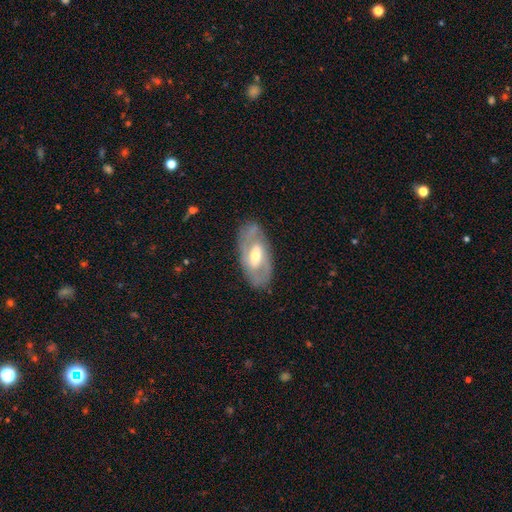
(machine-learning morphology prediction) Smooth or featured? Predicted: featured or disk (p=0.72). Edge-on disk? Predicted: no (p=0.91). Bar? Predicted: weak (p=0.45). Spiral arms? Predicted: yes (p=0.68). Bulge size? Predicted: moderate (p=0.63). Merging? Predicted: none (p=0.82).